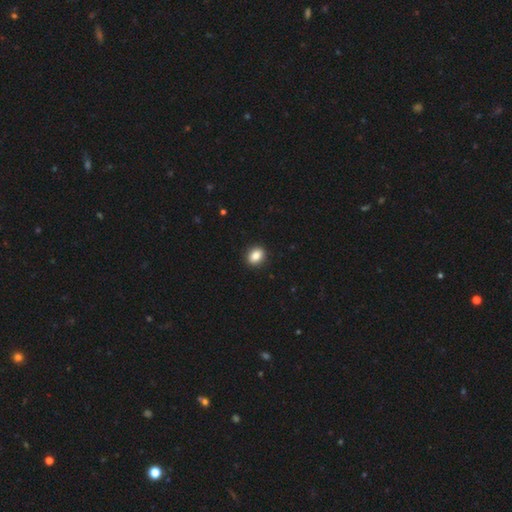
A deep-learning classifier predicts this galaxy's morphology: smooth-or-featured: smooth: 86% | star or artifact: 9% | featured or disk: 5%
  how-rounded: in between: 57% | round: 42% | cigar-shaped: 1%
  merging: none: 92% | minor disturbance: 6% | major disturbance: 2% | merger: 1%